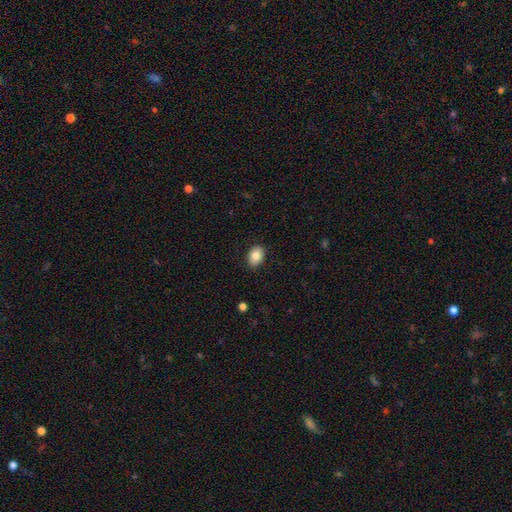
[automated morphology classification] A smooth galaxy with no disk features (83%) that is in between round and cigar-shaped (76%). Merging: none (89%).